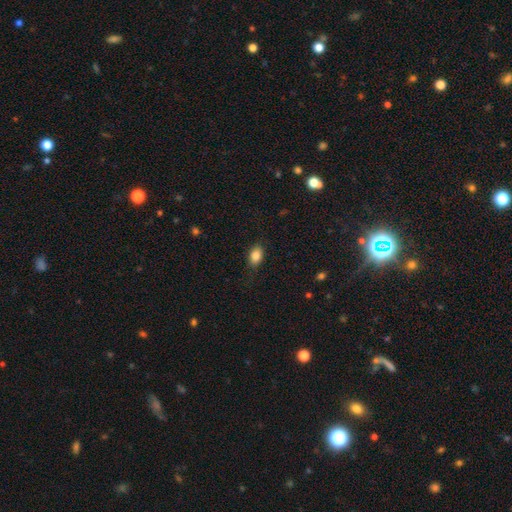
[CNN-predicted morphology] A smooth galaxy with no disk features (86%) that is in between round and cigar-shaped (86%). Merging: none (83%).